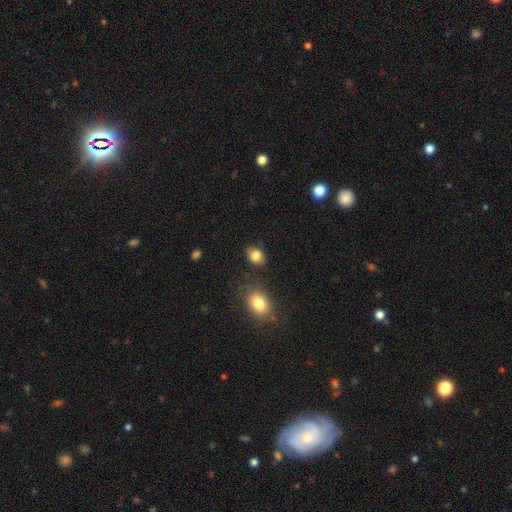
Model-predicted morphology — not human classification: Overall: smooth (84%). How rounded: in between (65%; round 34%). Merging: none (79%).